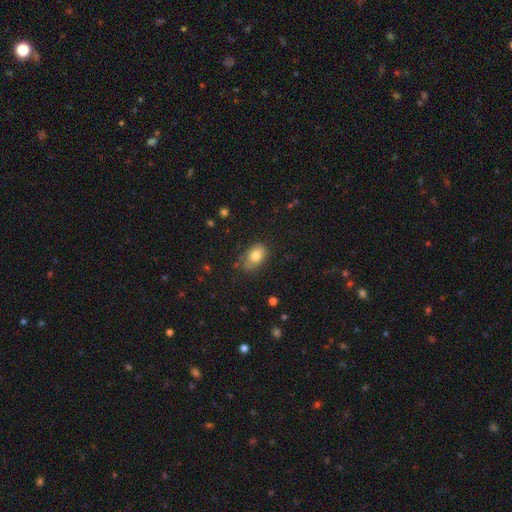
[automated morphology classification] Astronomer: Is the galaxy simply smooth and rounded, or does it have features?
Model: smooth — 79%.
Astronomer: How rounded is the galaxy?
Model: in between — 86%.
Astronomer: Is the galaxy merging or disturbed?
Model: none — 72%.